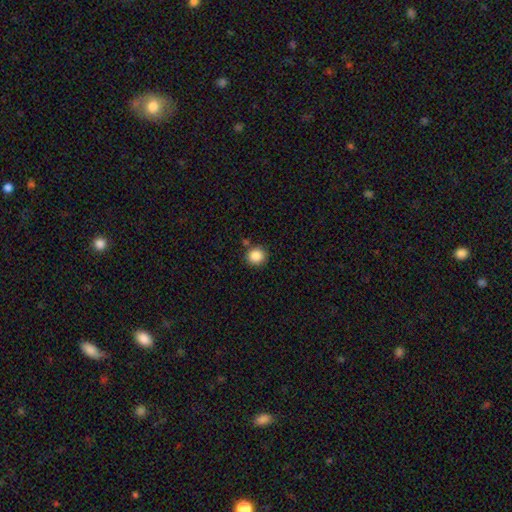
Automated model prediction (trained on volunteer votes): The model was most divided on "merging": none: 83%, minor disturbance: 9%, merger: 6%, major disturbance: 3%. More confident: how rounded — round (87%); smooth or featured — smooth (87%).